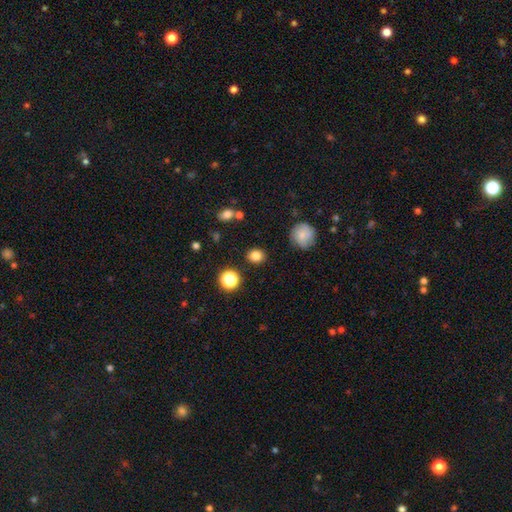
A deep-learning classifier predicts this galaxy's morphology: This appears to be a smooth galaxy with no disk features (83%) that is round (75%). Merging: none (87%).